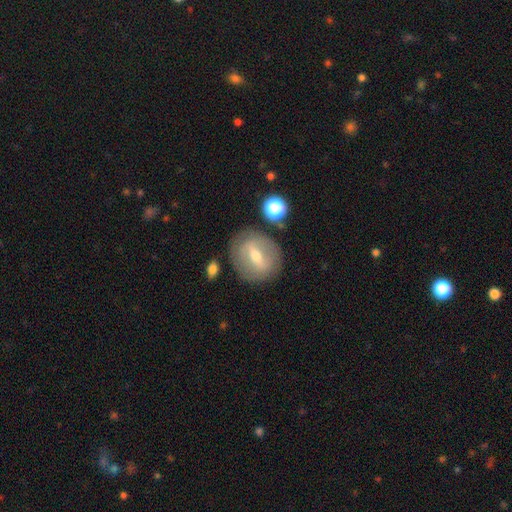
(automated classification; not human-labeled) smooth_or_featured: featured or disk (p=0.57) [alt: smooth p=0.35]
disk_edge_on: no (p=0.88) [alt: yes p=0.12]
bar: strong (p=0.48) [alt: weak p=0.39]
has_spiral_arms: no (p=0.68) [alt: yes p=0.32]
bulge_size: moderate (p=0.56) [alt: small p=0.37]
merging: none (p=0.79) [alt: minor disturbance p=0.13]